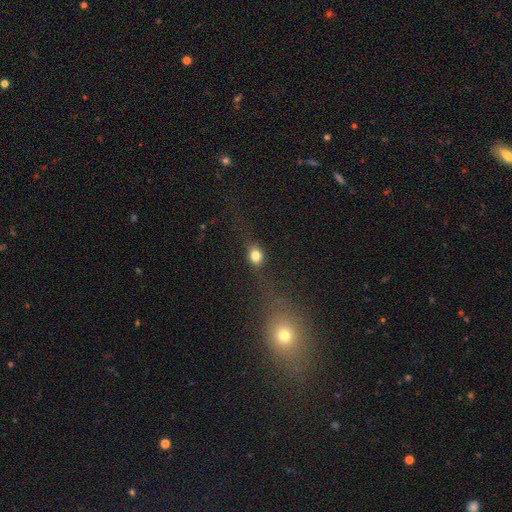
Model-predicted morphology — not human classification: Smooth or featured?
  - smooth: 73% *
  - star or artifact: 14%
  - featured or disk: 13%
How rounded?
  - round: 52% *
  - in between: 43%
  - cigar-shaped: 5%
Merging?
  - none: 67% *
  - minor disturbance: 16%
  - major disturbance: 12%
  - merger: 6%